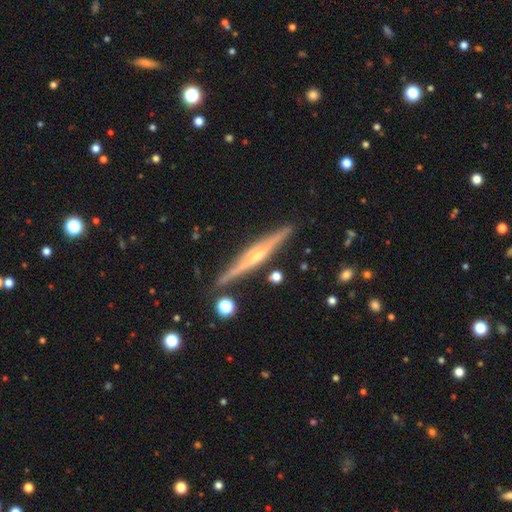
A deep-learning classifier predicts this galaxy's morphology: Q: Smooth or featured?
A: featured or disk (76%); runner-up: smooth (18%)
Q: Edge-on disk?
A: yes (97%); runner-up: no (3%)
Q: Edge-on bulge?
A: rounded (57%); runner-up: none (29%)
Q: Merging?
A: none (87%); runner-up: minor disturbance (9%)